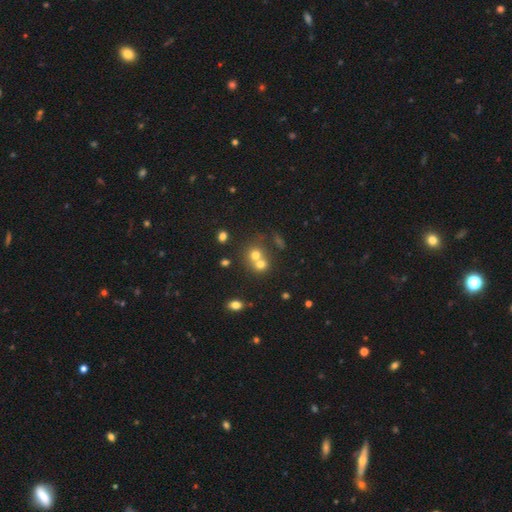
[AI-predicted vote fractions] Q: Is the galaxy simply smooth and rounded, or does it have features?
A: smooth — 67%.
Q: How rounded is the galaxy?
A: round — 78%.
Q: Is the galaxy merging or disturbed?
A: merger — 55%.